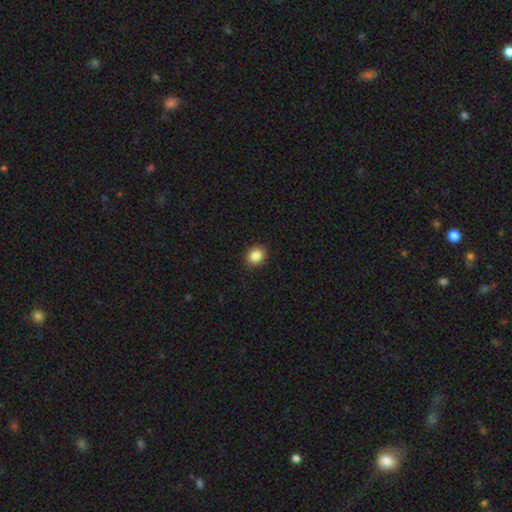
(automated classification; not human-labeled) The model was most divided on "how rounded": round: 63%, in between: 36%, cigar-shaped: 1%. More confident: merging — none (89%); smooth or featured — smooth (87%).